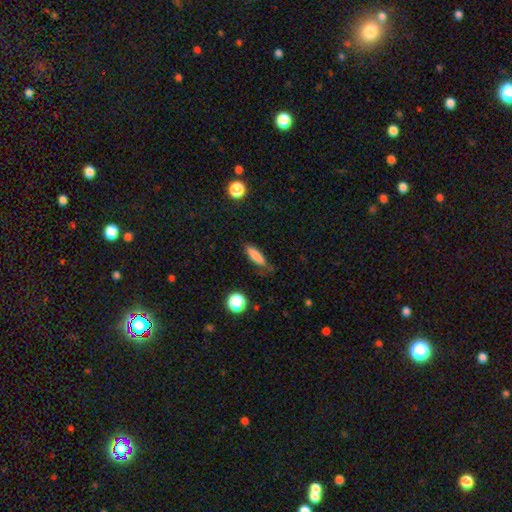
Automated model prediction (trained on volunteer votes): smooth-or-featured: smooth: 82% | featured or disk: 9% | star or artifact: 9%
  how-rounded: cigar-shaped: 59% | in between: 38% | round: 3%
  merging: none: 68% | minor disturbance: 23% | major disturbance: 7% | merger: 2%